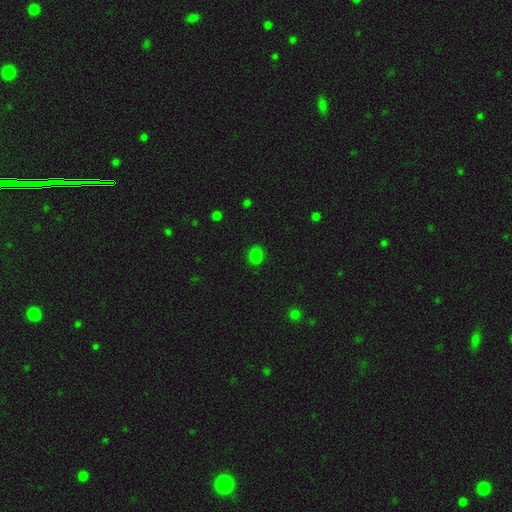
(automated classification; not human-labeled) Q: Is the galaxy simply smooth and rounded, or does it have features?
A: smooth — 80%.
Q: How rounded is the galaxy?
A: round — 52%.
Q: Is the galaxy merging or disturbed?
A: none — 86%.